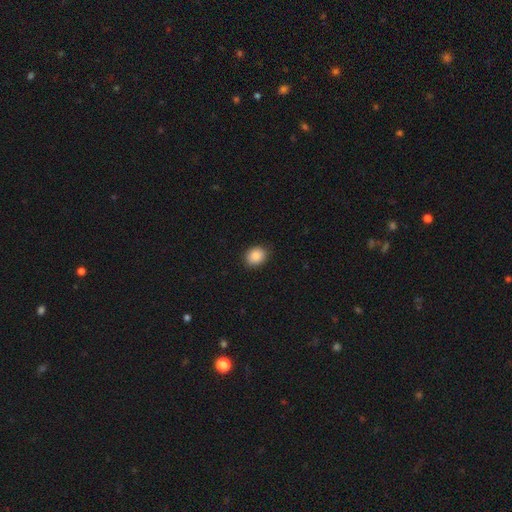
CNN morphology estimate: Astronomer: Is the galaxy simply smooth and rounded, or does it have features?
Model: smooth — 86%.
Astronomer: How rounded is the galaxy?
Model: round — 59% (runner-up: in between, 41%).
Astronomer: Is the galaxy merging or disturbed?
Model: none — 88%.